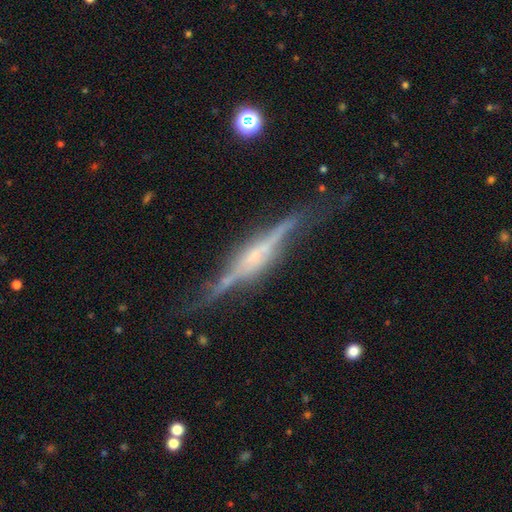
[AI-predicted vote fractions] Morphology: type=featured or disk (84%); edge-on=yes (97%); edge-on bulge=rounded (55%); merging=none (76%).